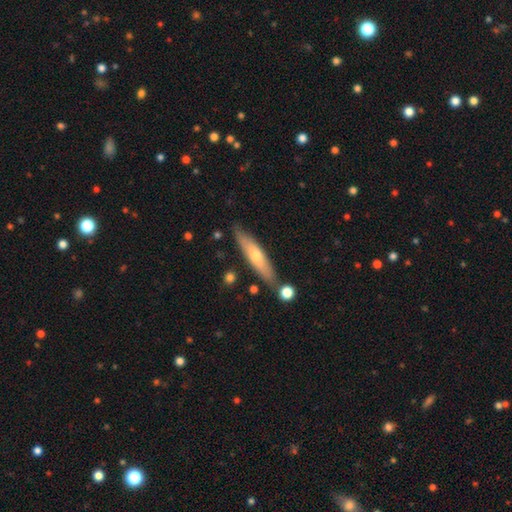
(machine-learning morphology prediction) Smooth or featured? smooth (52%)
How rounded? cigar-shaped (84%)
Merging? none (80%)